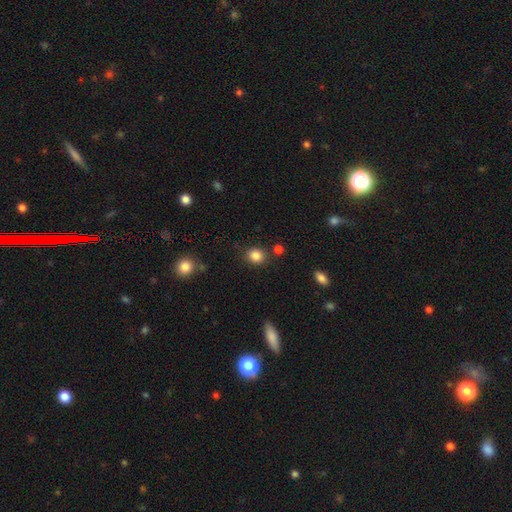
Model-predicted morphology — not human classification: Smooth or featured? Predicted: smooth (p=0.85). How rounded? Predicted: round (p=0.72). Merging? Predicted: none (p=0.83).